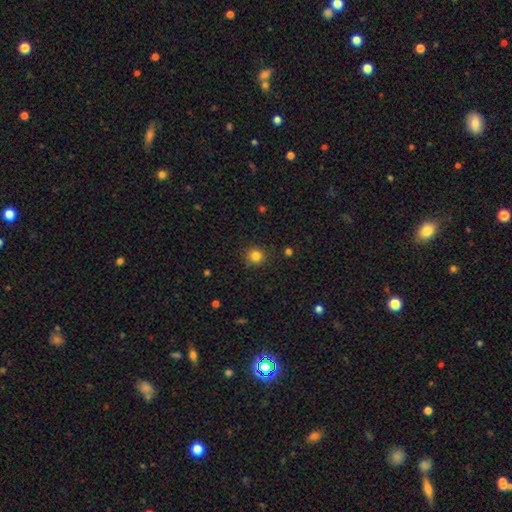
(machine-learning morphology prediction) This appears to be a smooth galaxy with no disk features (83%) that is round (93%). Merging: none (90%).